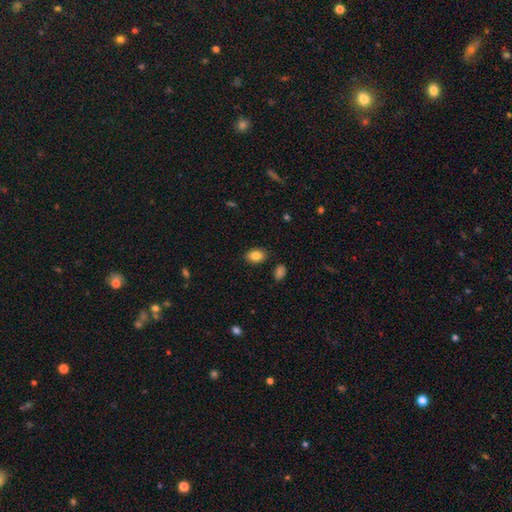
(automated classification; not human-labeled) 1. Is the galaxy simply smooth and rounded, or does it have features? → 84% smooth, 8% star or artifact, 7% featured or disk.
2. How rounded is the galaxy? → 83% in between, 16% round, 1% cigar-shaped.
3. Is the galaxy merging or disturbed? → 87% none, 9% minor disturbance, 2% major disturbance, 2% merger.